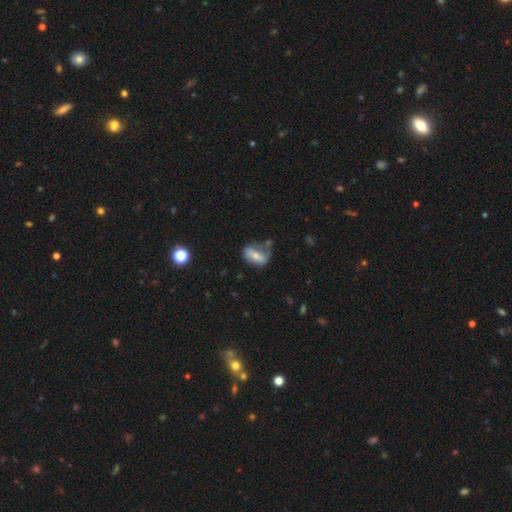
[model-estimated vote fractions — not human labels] A smooth galaxy with no disk features (50%). Merging: none (44%).